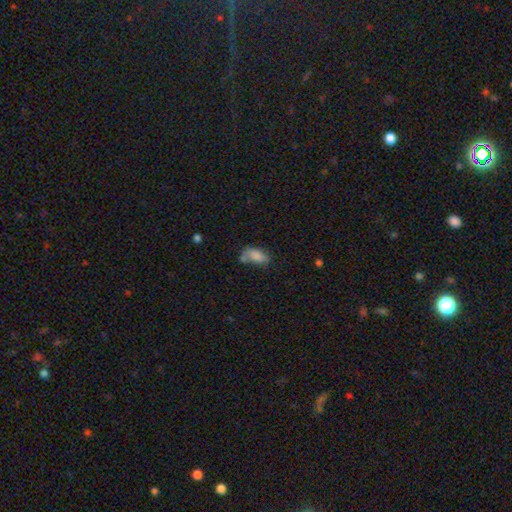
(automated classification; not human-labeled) Q: Smooth or featured?
A: smooth (80%); runner-up: featured or disk (11%)
Q: How rounded?
A: in between (90%); runner-up: cigar-shaped (5%)
Q: Merging?
A: none (43%); runner-up: minor disturbance (25%)